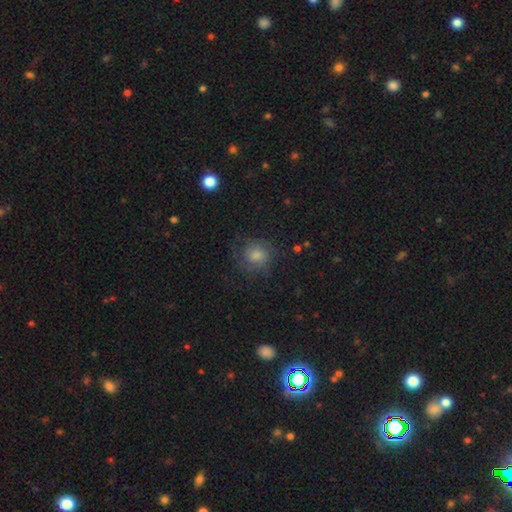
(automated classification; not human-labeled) A smooth galaxy with no disk features (51%) that is round (85%). Merging: none (73%).